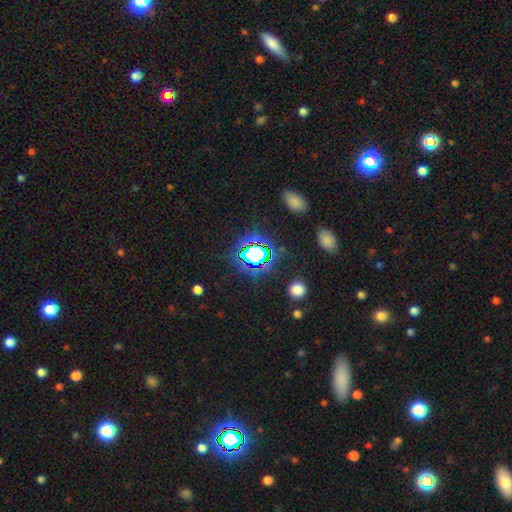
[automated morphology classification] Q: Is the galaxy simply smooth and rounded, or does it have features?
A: star or artifact — 67%.